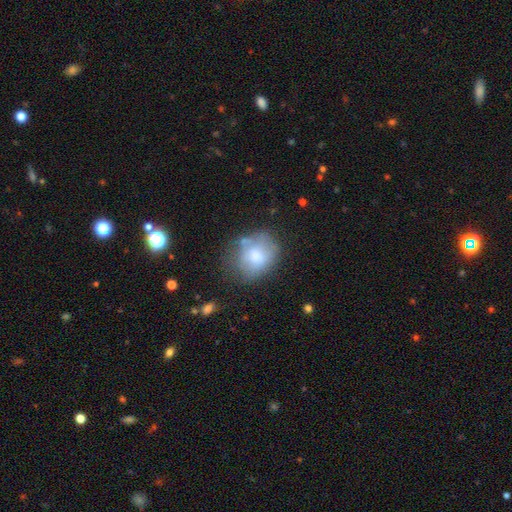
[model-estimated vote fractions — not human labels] smooth 67%, featured or disk 24%, star or artifact 9%. Down the decision tree: how rounded — round (53%); merging — none (48%).